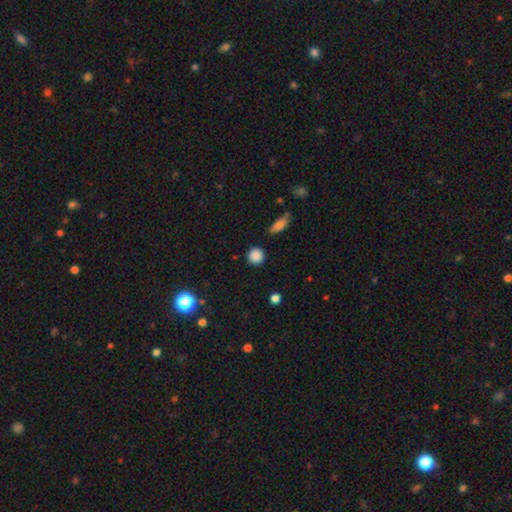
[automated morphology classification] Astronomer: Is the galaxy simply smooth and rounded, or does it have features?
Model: smooth — 87%.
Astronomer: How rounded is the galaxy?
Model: round — 92%.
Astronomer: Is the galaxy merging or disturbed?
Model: none — 88%.